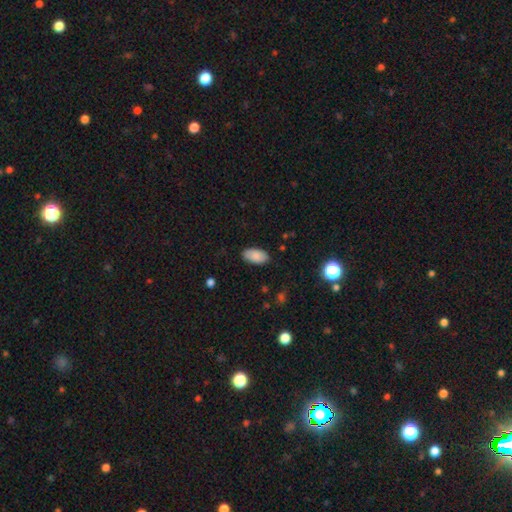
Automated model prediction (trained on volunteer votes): A smooth galaxy with no disk features (86%) that is in between round and cigar-shaped (95%).

Vote fractions:
- Smooth or featured? smooth: 86% / star or artifact: 7% / featured or disk: 7%
- How rounded? in between: 95% / round: 3% / cigar-shaped: 2%
- Merging? none: 87% / minor disturbance: 10% / major disturbance: 2% / merger: 1%